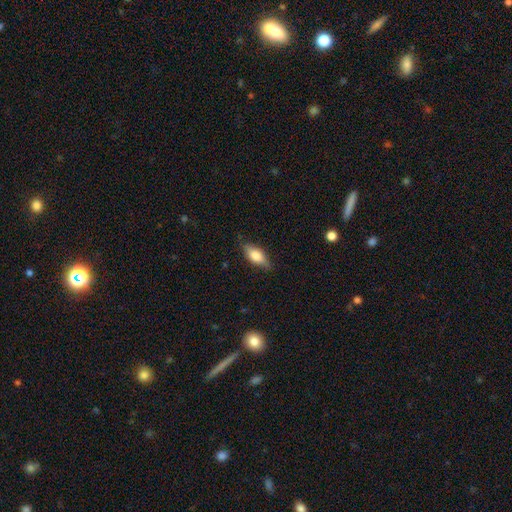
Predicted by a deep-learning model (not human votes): Smooth or featured: smooth — 70% (featured or disk — 23%)
How rounded: in between — 79% (cigar-shaped — 18%)
Merging: none — 78% (minor disturbance — 17%)